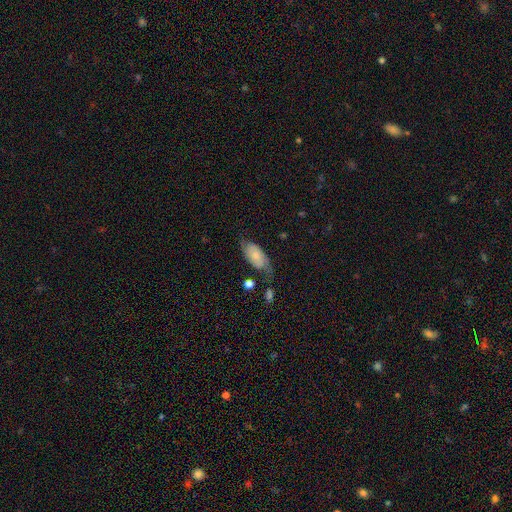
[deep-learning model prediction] Smooth or featured? Predicted: smooth (p=0.51). How rounded? Predicted: in between (p=0.90). Merging? Predicted: none (p=0.41).